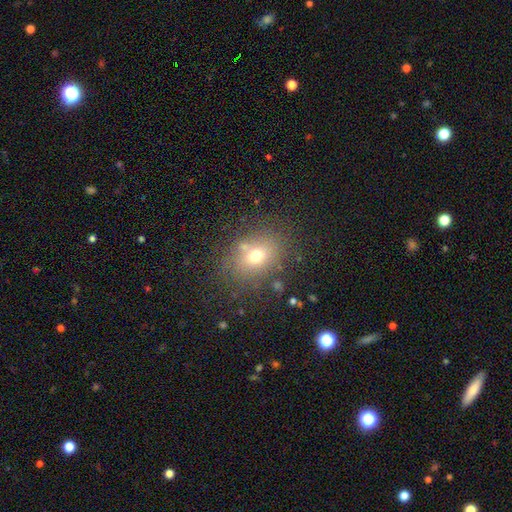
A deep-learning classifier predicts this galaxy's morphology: smooth-or-featured: smooth: 65% | star or artifact: 21% | featured or disk: 14%
  how-rounded: in between: 50% | round: 48% | cigar-shaped: 1%
  merging: none: 78% | minor disturbance: 11% | merger: 7% | major disturbance: 4%